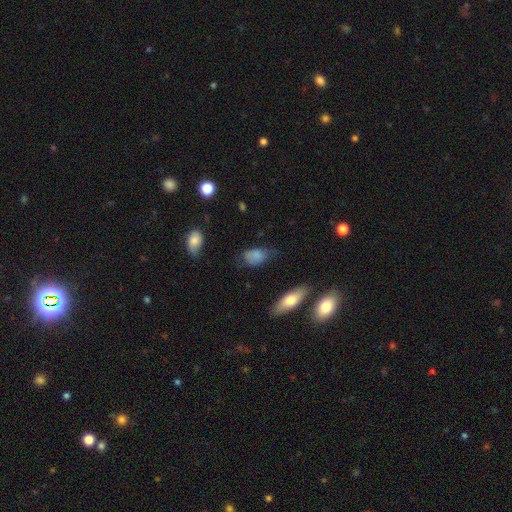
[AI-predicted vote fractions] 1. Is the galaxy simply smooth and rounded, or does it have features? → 80% smooth, 10% featured or disk, 10% star or artifact.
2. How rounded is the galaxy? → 88% in between, 9% round, 3% cigar-shaped.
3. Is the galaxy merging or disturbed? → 56% none, 31% minor disturbance, 10% major disturbance, 3% merger.